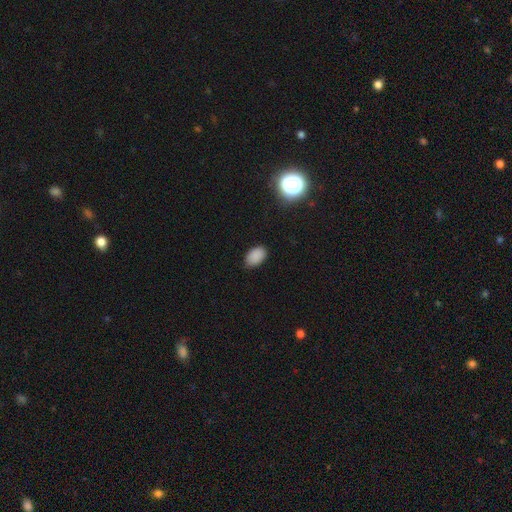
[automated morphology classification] Smooth or featured: smooth — 85% (star or artifact — 12%)
How rounded: in between — 90% (round — 8%)
Merging: none — 81% (minor disturbance — 15%)